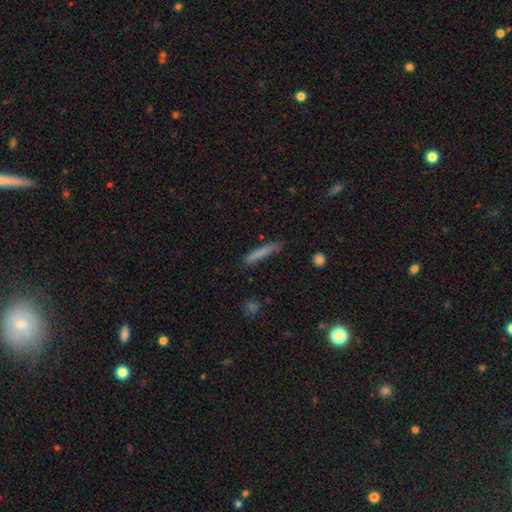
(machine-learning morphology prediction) This is likely a smooth galaxy (76%). How rounded: clearly cigar-shaped (93%). Merging: likely none (79%).